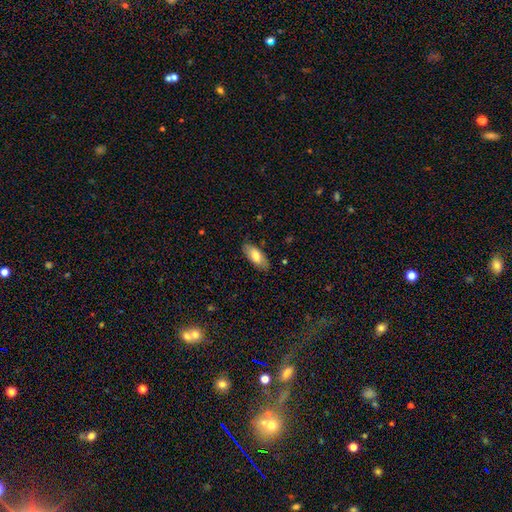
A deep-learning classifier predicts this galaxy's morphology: Smooth or featured: smooth — 75% (featured or disk — 19%)
How rounded: in between — 84% (cigar-shaped — 14%)
Merging: none — 84% (minor disturbance — 12%)